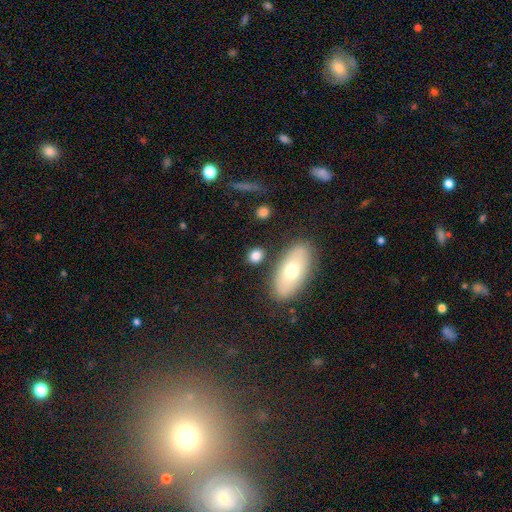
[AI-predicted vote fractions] Overall: smooth (81%). How rounded: in between (54%; round 42%). Merging: none (79%).